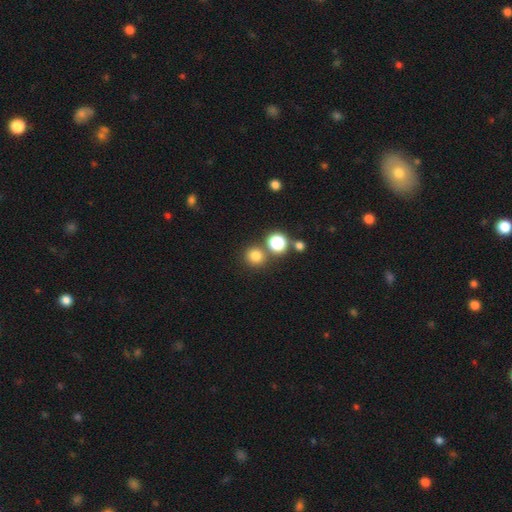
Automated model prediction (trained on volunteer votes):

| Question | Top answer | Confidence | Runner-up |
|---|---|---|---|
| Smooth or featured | smooth | 76% | star or artifact (18%) |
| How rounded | round | 91% | in between (8%) |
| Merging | none | 77% | merger (13%) |